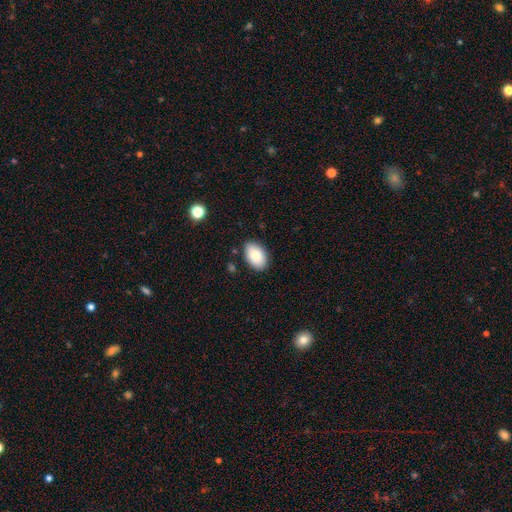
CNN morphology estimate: This appears to be a smooth galaxy with no disk features (85%) that is in between round and cigar-shaped (91%). Merging: none (84%).